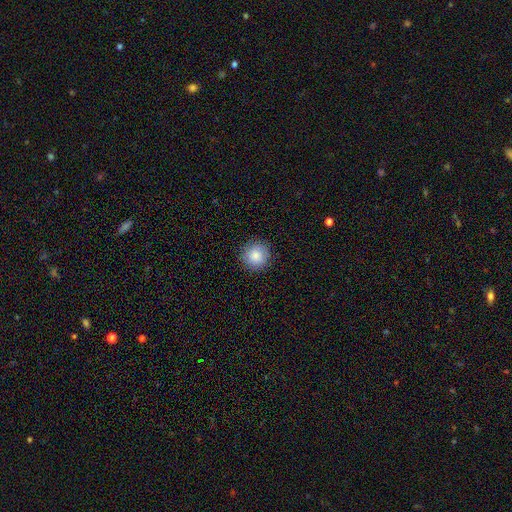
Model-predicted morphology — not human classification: smooth_or_featured: smooth (p=0.85) [alt: star or artifact p=0.08]
how_rounded: round (p=0.95) [alt: in between p=0.04]
merging: none (p=0.90) [alt: minor disturbance p=0.07]